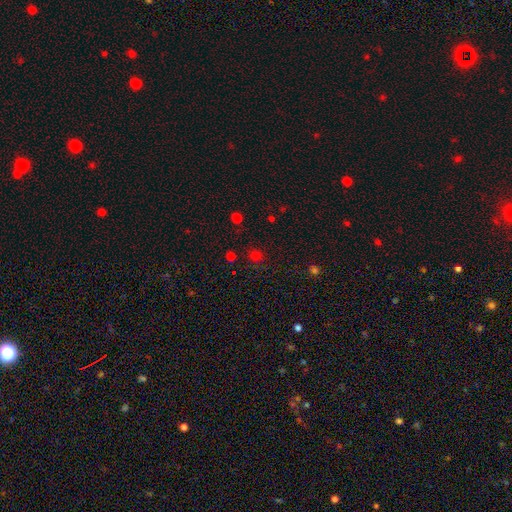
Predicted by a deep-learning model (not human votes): Smooth or featured: smooth — 68% (star or artifact — 27%)
How rounded: round — 88% (in between — 11%)
Merging: none — 83% (minor disturbance — 10%)